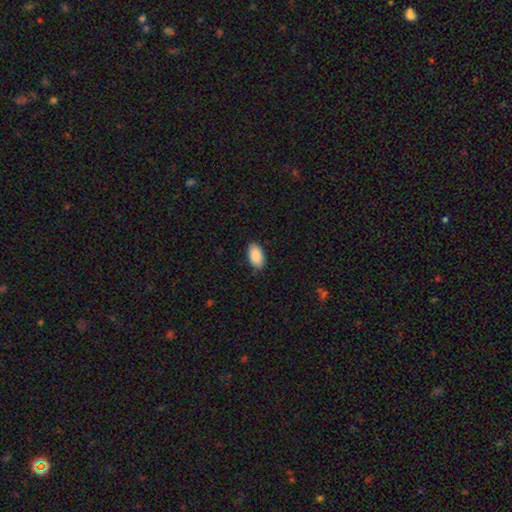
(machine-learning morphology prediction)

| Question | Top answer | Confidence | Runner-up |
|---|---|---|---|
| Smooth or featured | smooth | 90% | star or artifact (6%) |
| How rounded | in between | 95% | round (3%) |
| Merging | none | 86% | minor disturbance (11%) |